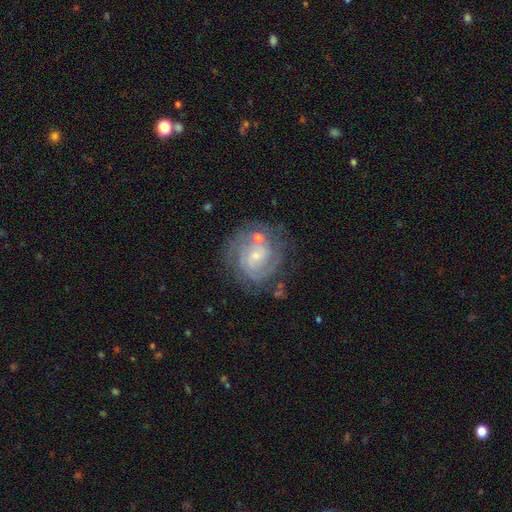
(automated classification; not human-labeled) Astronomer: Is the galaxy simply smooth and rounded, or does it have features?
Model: featured or disk — 82%.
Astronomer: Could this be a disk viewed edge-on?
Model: no — 98%.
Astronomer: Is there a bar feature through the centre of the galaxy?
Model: no — 60%.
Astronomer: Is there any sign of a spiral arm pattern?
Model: yes — 95%.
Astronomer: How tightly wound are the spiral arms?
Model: tight — 67%.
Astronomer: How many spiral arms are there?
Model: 2 — 36% (runner-up: can't tell, 27%).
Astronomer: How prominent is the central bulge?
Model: small — 71%.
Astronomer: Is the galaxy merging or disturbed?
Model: none — 68%.